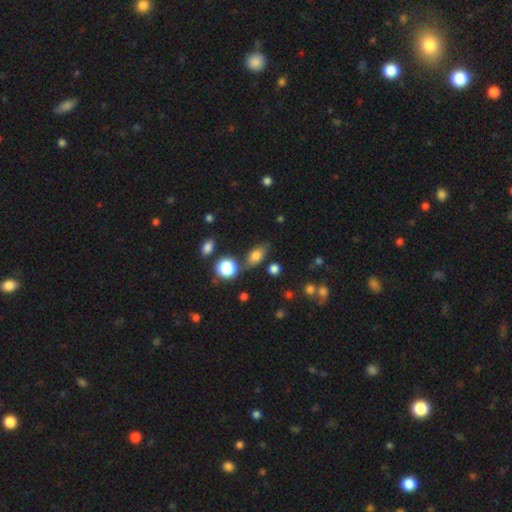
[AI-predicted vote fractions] Morphology: type=smooth (76%); roundness=in between (81%); merging=none (73%).